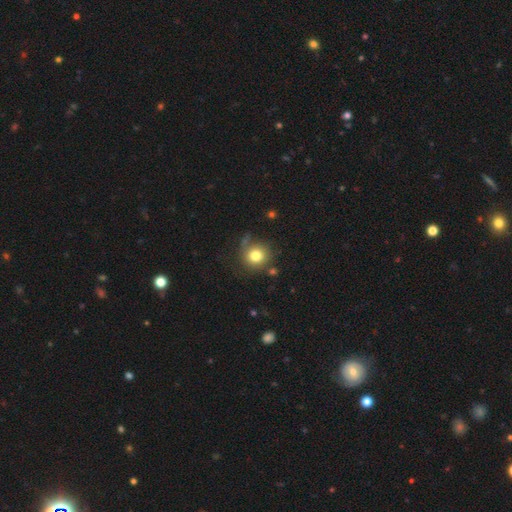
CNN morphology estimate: smooth_or_featured: smooth (p=0.80) [alt: star or artifact p=0.11]
how_rounded: round (p=0.90) [alt: in between p=0.09]
merging: none (p=0.72) [alt: minor disturbance p=0.15]